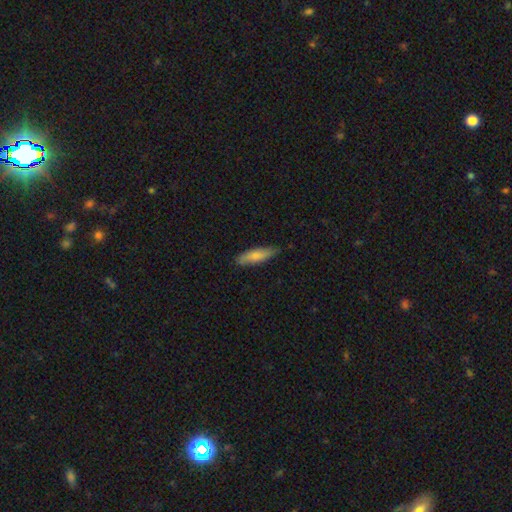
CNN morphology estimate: Overall: smooth (76%). How rounded: cigar-shaped (59%; in between 40%). Merging: none (76%).